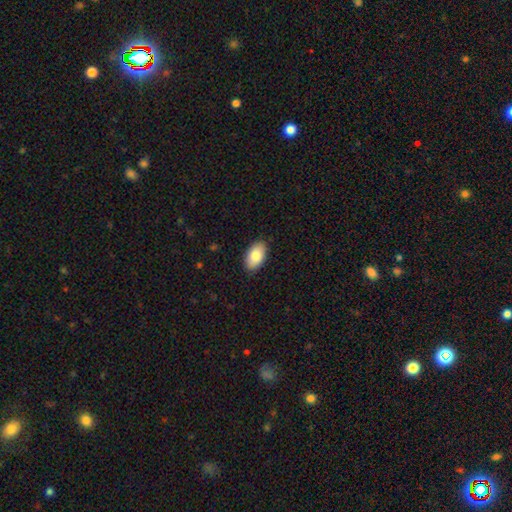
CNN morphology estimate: Smooth or featured: smooth — 84% (featured or disk — 10%)
How rounded: in between — 94% (round — 4%)
Merging: none — 88% (minor disturbance — 9%)